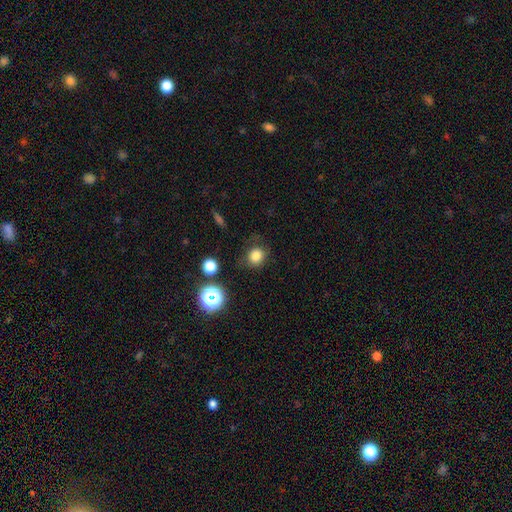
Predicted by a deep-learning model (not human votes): Smooth or featured? smooth (79%)
How rounded? round (78%)
Merging? none (75%)